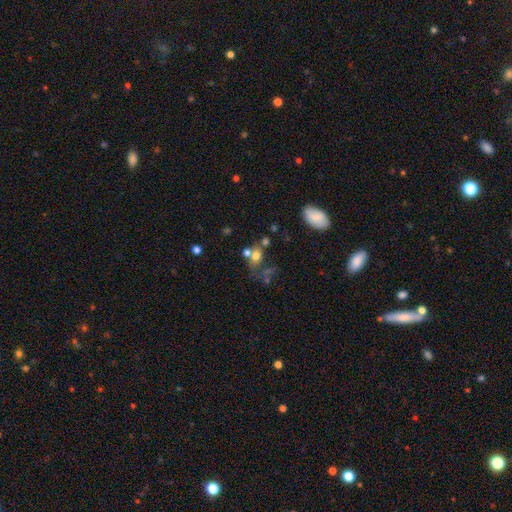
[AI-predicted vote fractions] Morphology: type=smooth (67%); roundness=round (49%); merging=merger (40%).